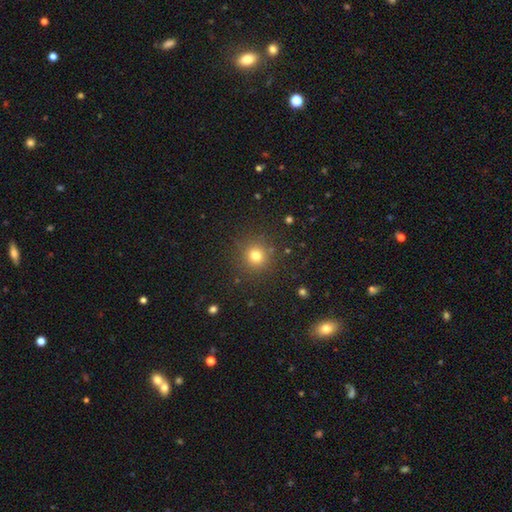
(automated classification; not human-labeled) A smooth galaxy with no disk features (77%) that is round (93%). Merging: none (88%).